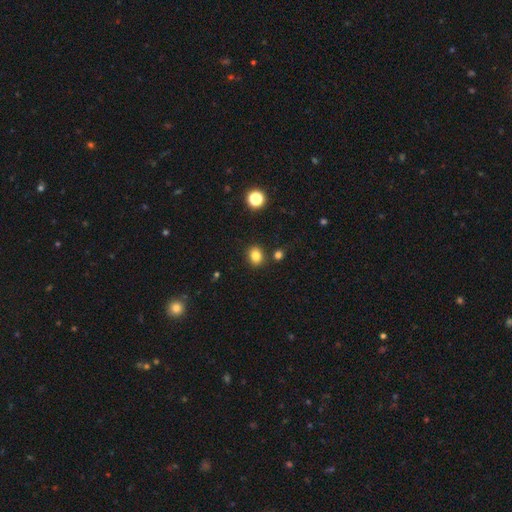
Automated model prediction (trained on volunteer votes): Q: Smooth or featured?
A: smooth (82%); runner-up: star or artifact (12%)
Q: How rounded?
A: round (60%); runner-up: in between (39%)
Q: Merging?
A: none (85%); runner-up: minor disturbance (8%)